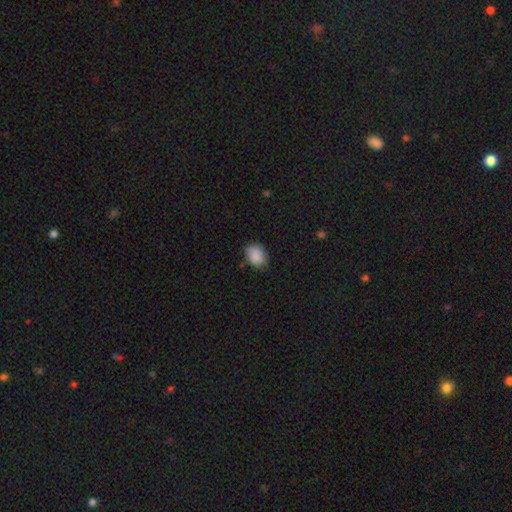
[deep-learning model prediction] Overall: smooth (86%). How rounded: in between (66%; round 33%). Merging: none (71%).